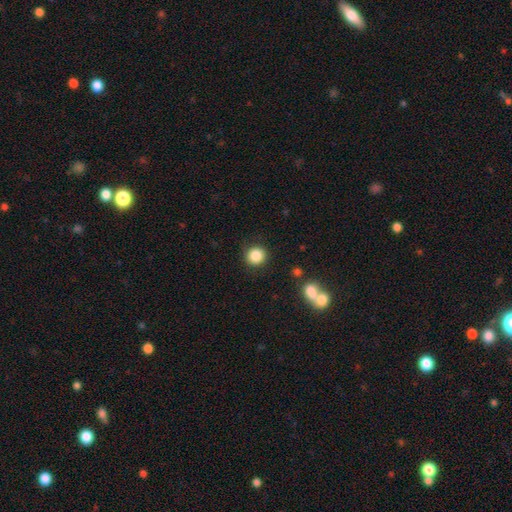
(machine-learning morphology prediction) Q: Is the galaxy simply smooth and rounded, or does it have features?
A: smooth — 86%.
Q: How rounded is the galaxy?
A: round — 91%.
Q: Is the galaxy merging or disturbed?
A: none — 89%.